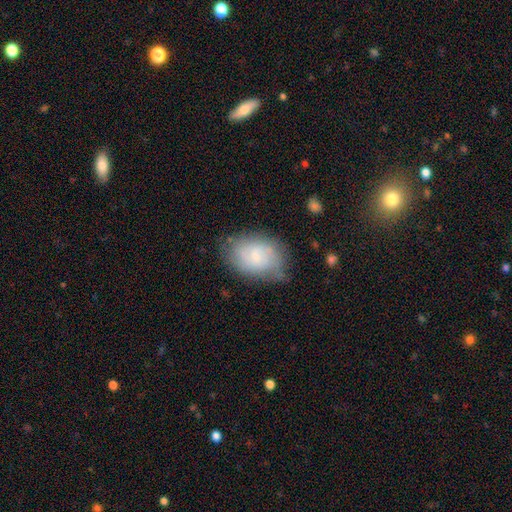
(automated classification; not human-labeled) smooth-or-featured: smooth: 49% | featured or disk: 42% | star or artifact: 9%
  merging: none: 65% | minor disturbance: 25% | major disturbance: 8% | merger: 2%